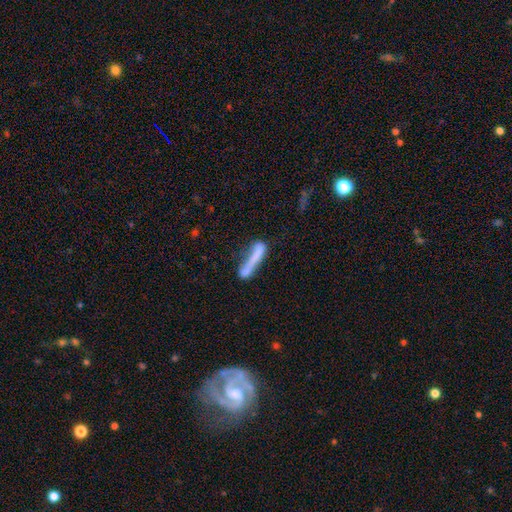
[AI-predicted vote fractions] This appears to be a smooth galaxy with no disk features (66%) that is cigar-shaped (88%). Merging: none (40%).